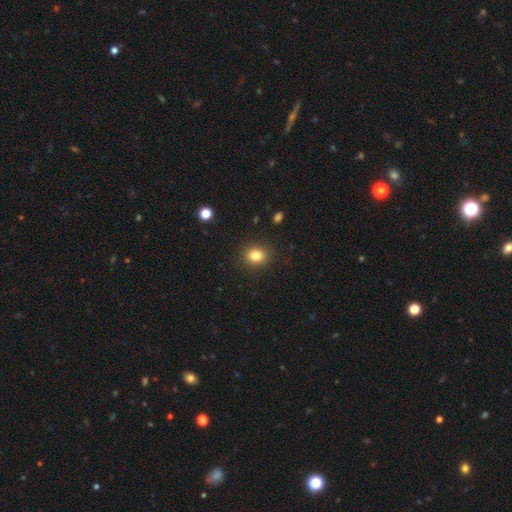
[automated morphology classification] smooth 83%, star or artifact 11%, featured or disk 6%. Down the decision tree: how rounded — round (61%); merging — none (88%).